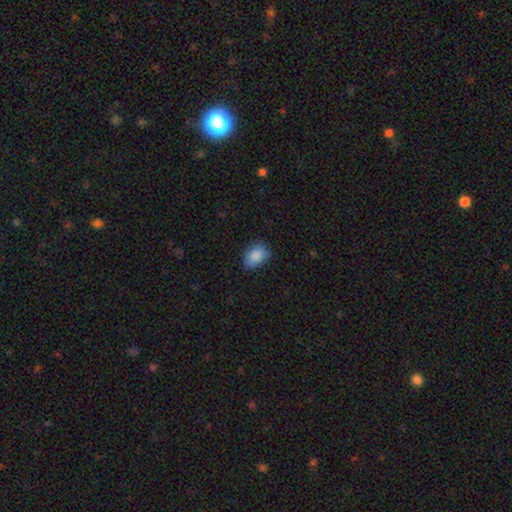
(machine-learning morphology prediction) This is clearly a smooth galaxy (88%). How rounded: likely in between (79%). Merging: likely none (73%).